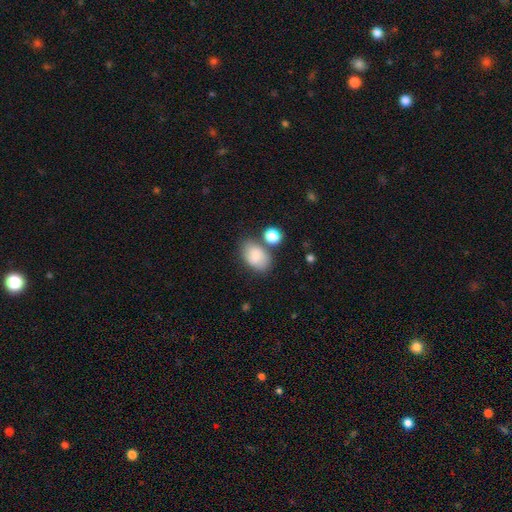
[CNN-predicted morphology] A smooth galaxy with no disk features (80%) that is in between round and cigar-shaped (84%).

Vote fractions:
- Smooth or featured? smooth: 80% / featured or disk: 12% / star or artifact: 9%
- How rounded? in between: 84% / round: 15% / cigar-shaped: 1%
- Merging? none: 60% / minor disturbance: 20% / merger: 14% / major disturbance: 6%